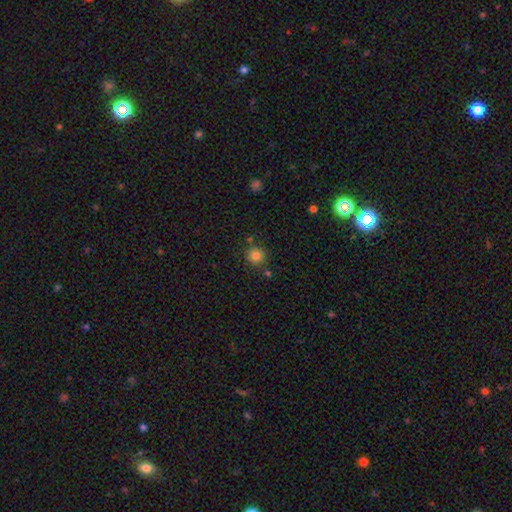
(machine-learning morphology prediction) Smooth or featured: smooth — 83% (star or artifact — 12%)
How rounded: round — 94% (in between — 5%)
Merging: none — 81% (minor disturbance — 9%)